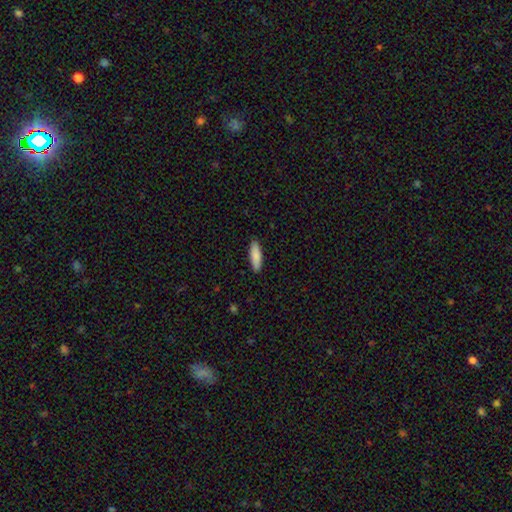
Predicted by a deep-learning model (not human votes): Overall: smooth (87%). How rounded: cigar-shaped (52%; in between 46%). Merging: none (90%).